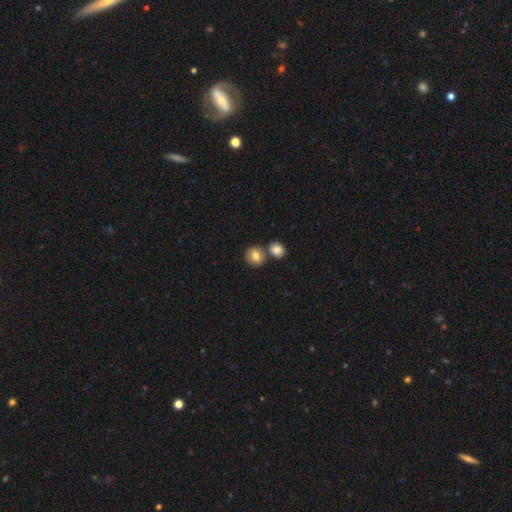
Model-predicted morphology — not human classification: Smooth or featured? Predicted: smooth (p=0.80). How rounded? Predicted: round (p=0.82). Merging? Predicted: none (p=0.62).